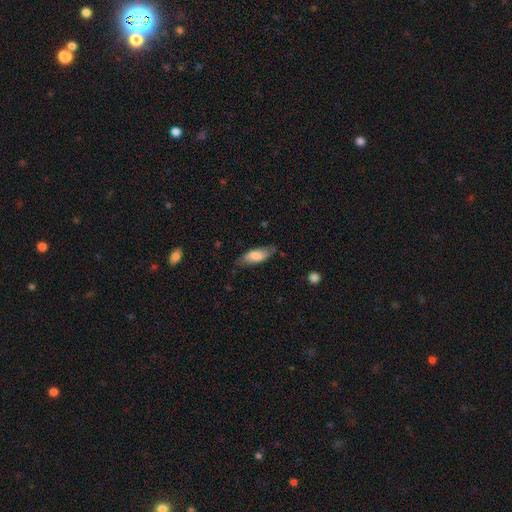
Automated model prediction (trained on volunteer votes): Morphology: type=smooth (73%); roundness=in between (69%); merging=none (72%).